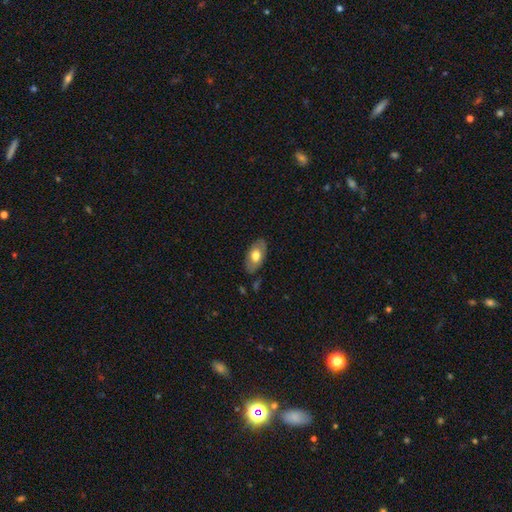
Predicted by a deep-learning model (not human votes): smooth-or-featured: smooth: 58% | featured or disk: 36% | star or artifact: 6%
  how-rounded: in between: 92% | round: 5% | cigar-shaped: 3%
  merging: none: 81% | minor disturbance: 14% | major disturbance: 3% | merger: 2%